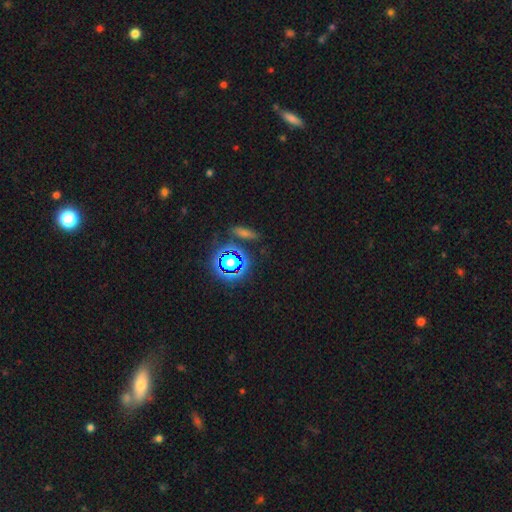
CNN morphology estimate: Q: Smooth or featured?
A: star or artifact (73%); runner-up: smooth (17%)